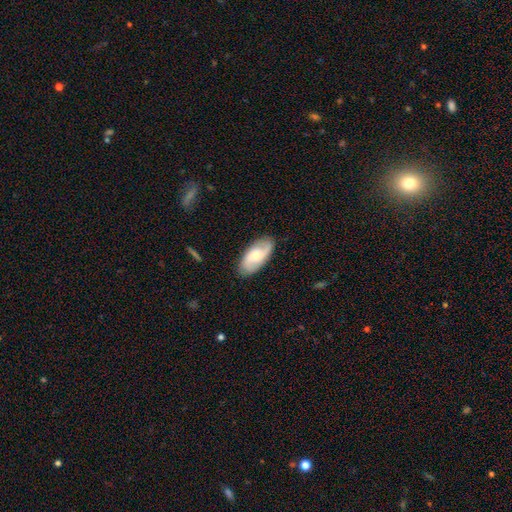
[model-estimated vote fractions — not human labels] This is likely a featured or disk galaxy (62%). It is clearly not viewed edge-on (93%). Bar: likely no (64%). Spiral arm pattern: clearly yes (91%). Spiral arm count: clearly 2 (80%). Spiral winding: marginally medium (42%). Central bulge: possibly small (48%). Merging: clearly none (83%).